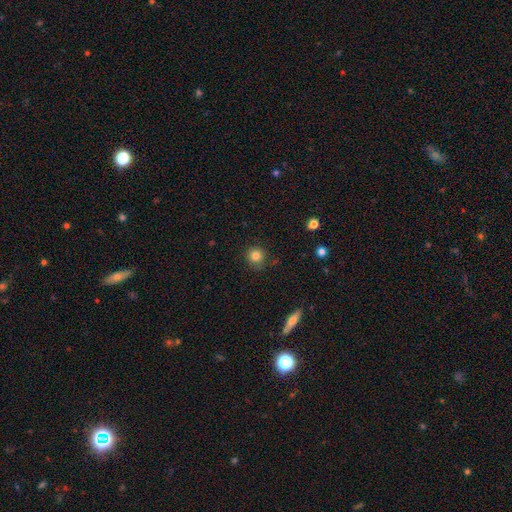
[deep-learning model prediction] Smooth or featured: smooth — 82% (star or artifact — 11%)
How rounded: round — 92% (in between — 7%)
Merging: none — 82% (minor disturbance — 13%)